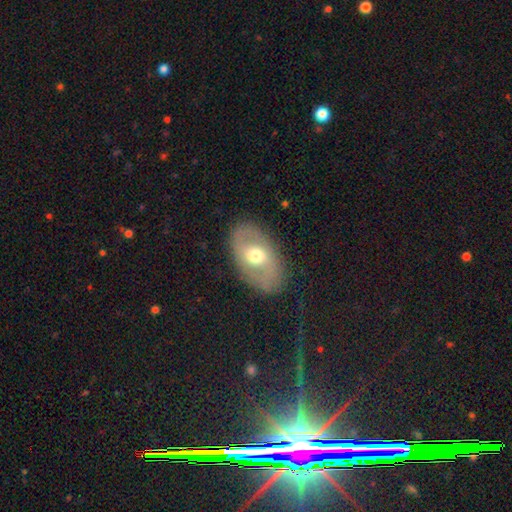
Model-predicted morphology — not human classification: Overall: featured or disk (51%; smooth 42%). Edge-on disk: no (90%). Merging: none (81%).